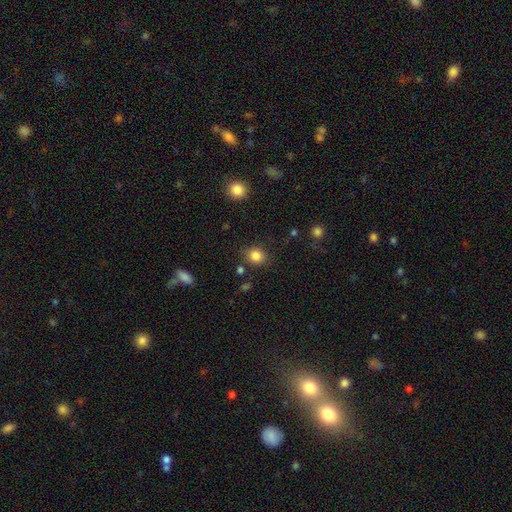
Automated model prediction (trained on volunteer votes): smooth 84%, star or artifact 11%, featured or disk 4%. Down the decision tree: how rounded — round (79%); merging — none (81%).